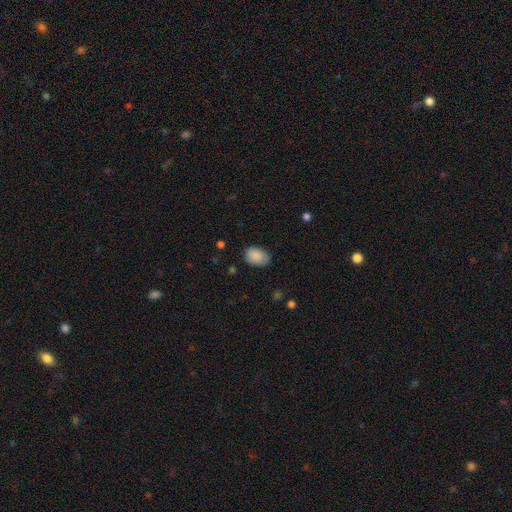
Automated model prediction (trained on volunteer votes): This is clearly a smooth galaxy (88%). How rounded: clearly in between (82%). Merging: likely none (74%).